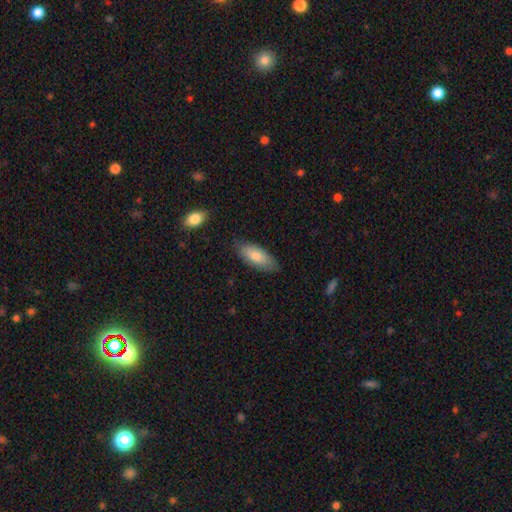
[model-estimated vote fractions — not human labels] This is likely a smooth galaxy (79%). How rounded: likely in between (78%). Merging: clearly none (82%).